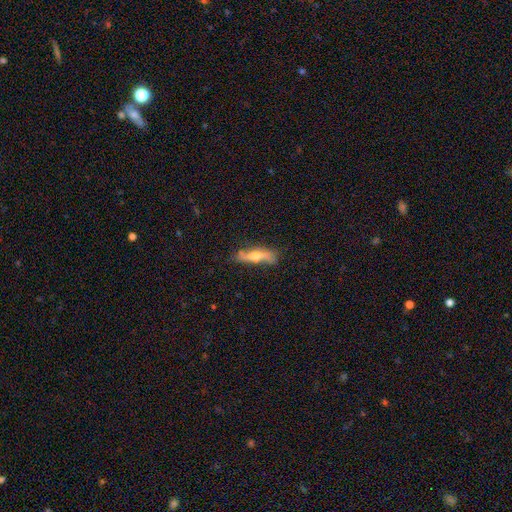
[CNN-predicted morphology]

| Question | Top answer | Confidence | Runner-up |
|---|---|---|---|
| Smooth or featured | featured or disk | 50% | smooth (43%) |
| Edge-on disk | yes | 73% | no (27%) |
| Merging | none | 64% | minor disturbance (25%) |